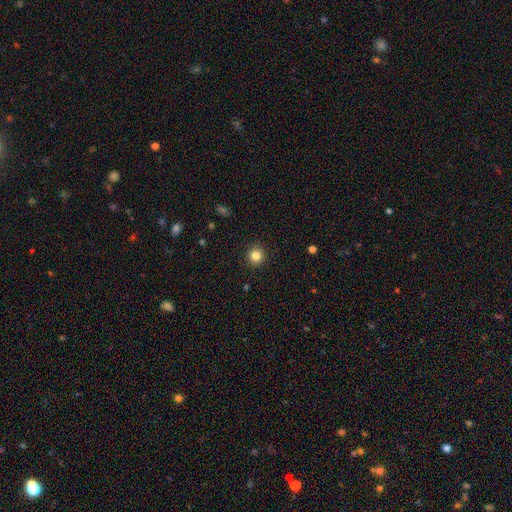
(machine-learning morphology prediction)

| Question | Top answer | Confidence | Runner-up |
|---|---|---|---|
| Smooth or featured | smooth | 83% | star or artifact (12%) |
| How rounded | round | 93% | in between (6%) |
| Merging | none | 92% | minor disturbance (5%) |